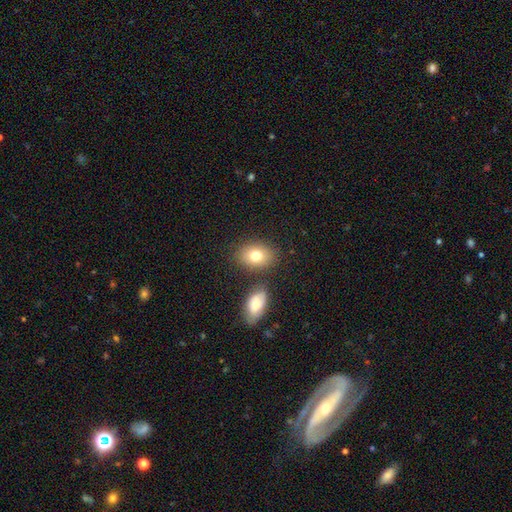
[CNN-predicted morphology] This appears to be a smooth galaxy with no disk features (78%) that is in between round and cigar-shaped (71%). Merging: none (74%).